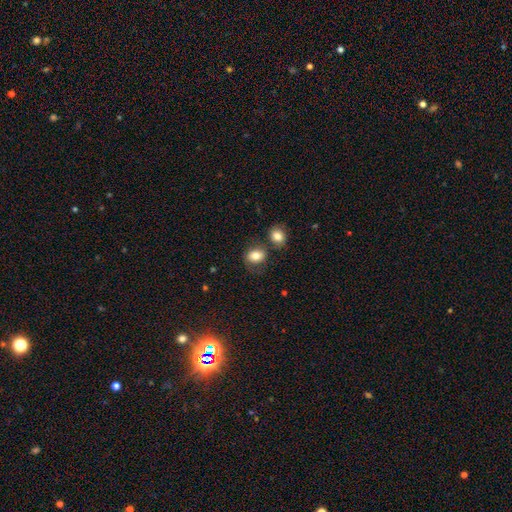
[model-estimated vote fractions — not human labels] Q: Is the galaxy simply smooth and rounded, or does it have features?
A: smooth — 79%.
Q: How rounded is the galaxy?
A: in between — 53%.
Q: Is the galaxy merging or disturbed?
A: none — 58%.